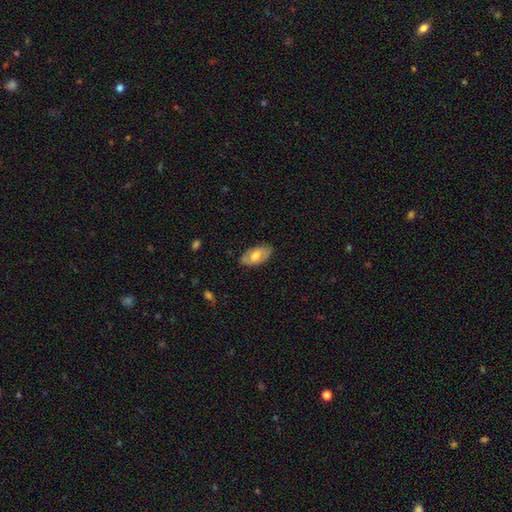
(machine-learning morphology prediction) Q: Smooth or featured?
A: smooth (63%); runner-up: featured or disk (31%)
Q: How rounded?
A: in between (94%); runner-up: round (3%)
Q: Merging?
A: none (80%); runner-up: minor disturbance (16%)